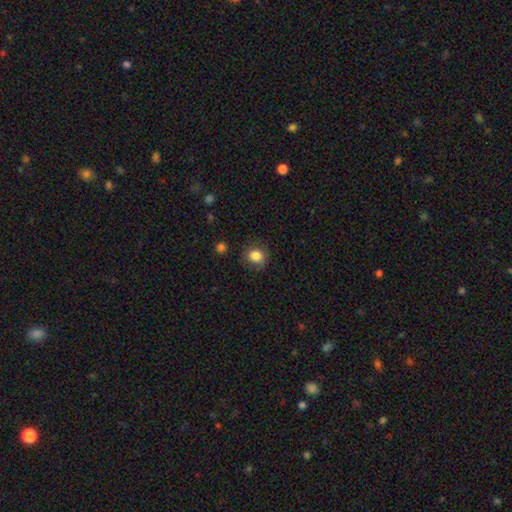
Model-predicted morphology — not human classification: This appears to be a smooth galaxy with no disk features (83%) that is round (75%). Merging: none (79%).